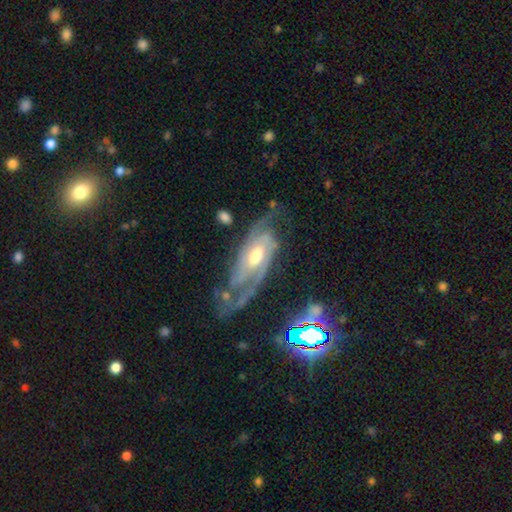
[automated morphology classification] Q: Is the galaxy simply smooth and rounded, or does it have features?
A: featured or disk — 88%.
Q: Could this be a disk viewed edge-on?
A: no — 92%.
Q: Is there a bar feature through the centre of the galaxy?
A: no — 50%.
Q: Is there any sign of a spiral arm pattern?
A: yes — 97%.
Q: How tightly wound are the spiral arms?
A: medium — 44%.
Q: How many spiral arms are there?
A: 2 — 64%.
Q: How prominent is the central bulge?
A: moderate — 72%.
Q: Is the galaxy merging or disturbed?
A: none — 62%.